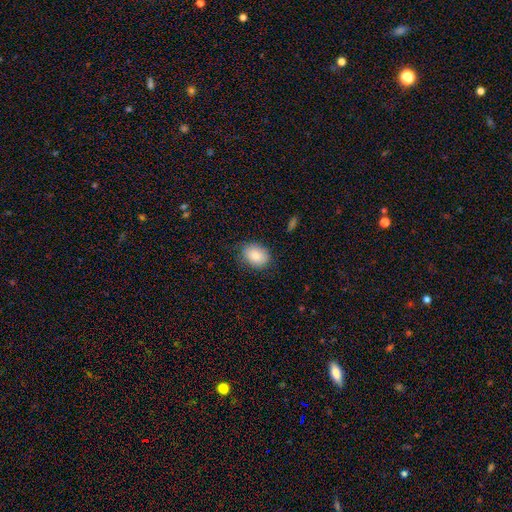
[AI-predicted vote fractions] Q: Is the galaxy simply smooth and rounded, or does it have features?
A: smooth — 85%.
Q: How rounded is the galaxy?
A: in between — 70%.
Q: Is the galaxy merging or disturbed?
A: none — 77%.